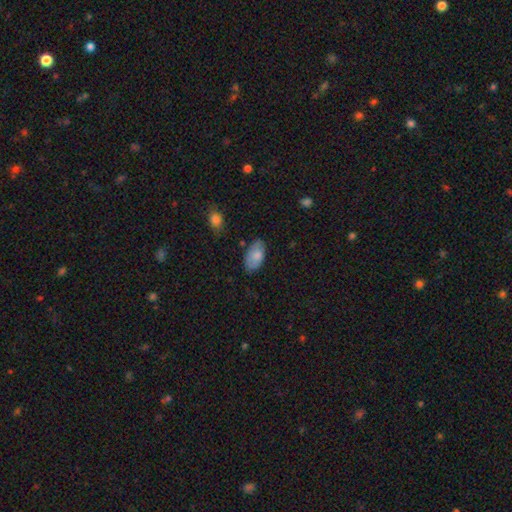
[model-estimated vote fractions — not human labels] Q: Smooth or featured?
A: smooth (78%); runner-up: featured or disk (16%)
Q: How rounded?
A: in between (94%); runner-up: round (4%)
Q: Merging?
A: none (74%); runner-up: minor disturbance (20%)